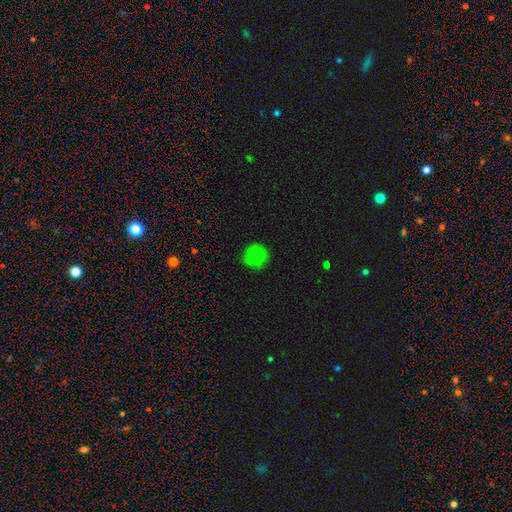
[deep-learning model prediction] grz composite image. It shows a smooth galaxy with no disk features (76%) that is round (91%). Merging: none (80%).